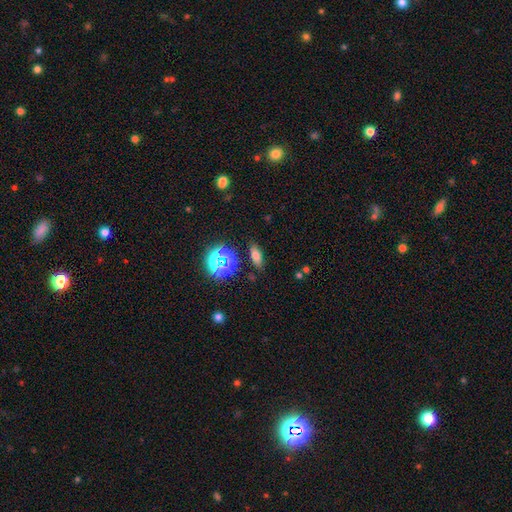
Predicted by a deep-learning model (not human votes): This appears to be a smooth galaxy with no disk features (67%) that is in between round and cigar-shaped (68%). Merging: none (85%).